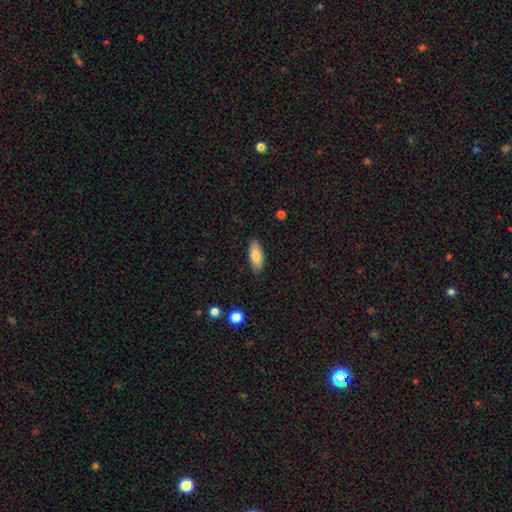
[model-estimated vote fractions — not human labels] smooth-or-featured: smooth: 80% | featured or disk: 13% | star or artifact: 7%
  how-rounded: in between: 77% | cigar-shaped: 21% | round: 2%
  merging: none: 86% | minor disturbance: 10% | major disturbance: 2% | merger: 1%